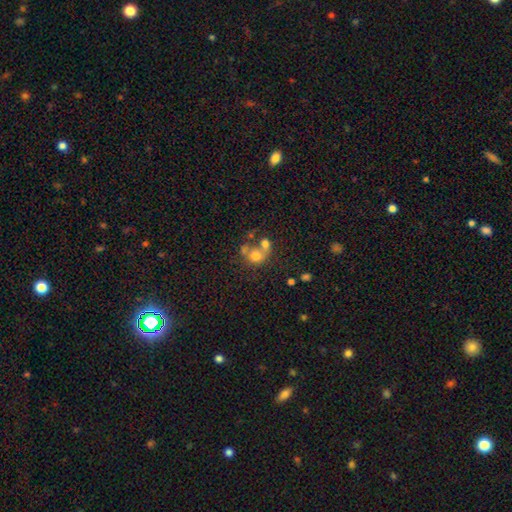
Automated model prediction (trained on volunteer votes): A smooth galaxy with no disk features (64%) that is round (71%). Merging: merger (54%).